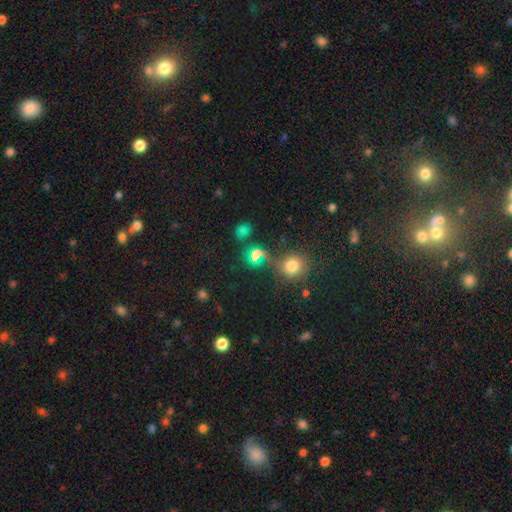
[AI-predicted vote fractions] Q: Smooth or featured?
A: star or artifact (45%); tied with: smooth (45%)